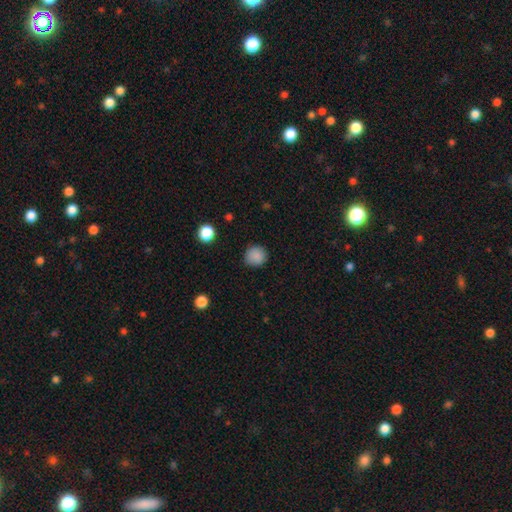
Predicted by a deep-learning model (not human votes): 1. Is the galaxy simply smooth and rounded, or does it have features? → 87% smooth, 10% star or artifact, 3% featured or disk.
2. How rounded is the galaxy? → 92% round, 7% in between, 1% cigar-shaped.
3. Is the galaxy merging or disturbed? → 87% none, 10% minor disturbance, 3% major disturbance, 1% merger.